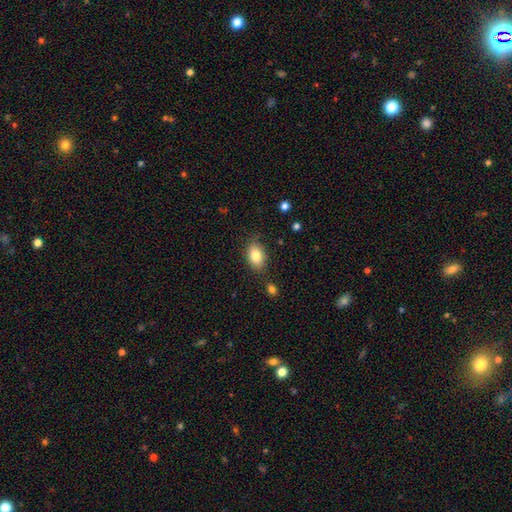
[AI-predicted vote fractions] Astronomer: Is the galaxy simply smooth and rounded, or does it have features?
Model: smooth — 84%.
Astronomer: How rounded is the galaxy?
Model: in between — 87%.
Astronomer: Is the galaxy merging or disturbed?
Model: none — 80%.